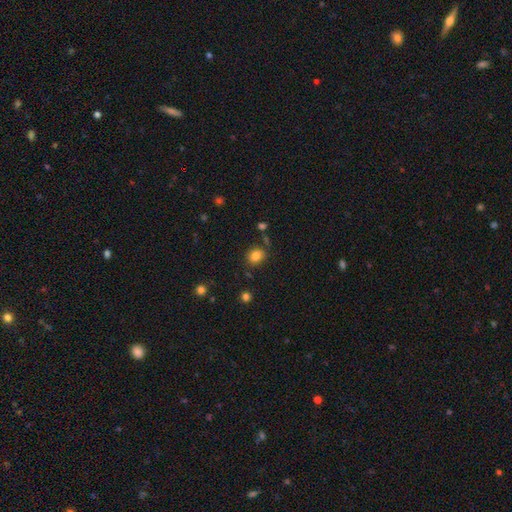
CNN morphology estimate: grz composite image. It shows a smooth galaxy with no disk features (83%) that is round (64%). Merging: none (79%).